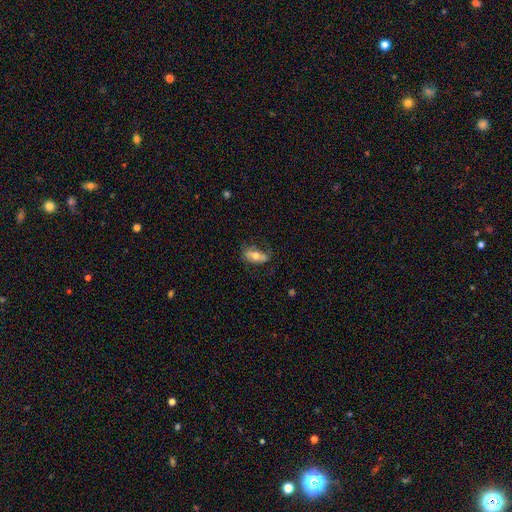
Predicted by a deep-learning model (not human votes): Q: Smooth or featured?
A: smooth (56%); runner-up: featured or disk (36%)
Q: How rounded?
A: in between (86%); runner-up: cigar-shaped (9%)
Q: Merging?
A: none (61%); runner-up: minor disturbance (25%)